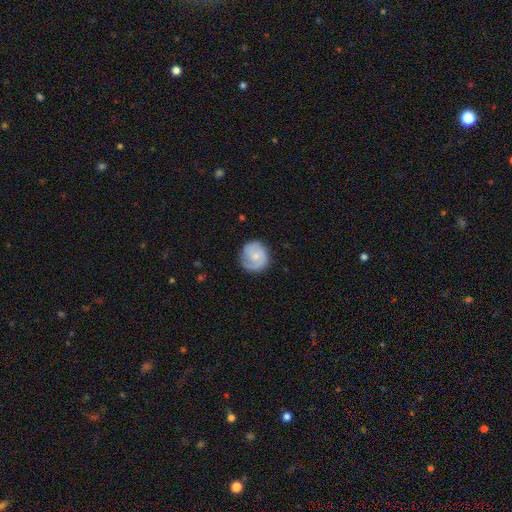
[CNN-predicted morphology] This appears to be a featured or disk galaxy (59%) with no bar (62%), 2 (59%) medium (42%, tied with tight) spiral arms (89%) and a small central bulge (63%). Merging: none (77%).